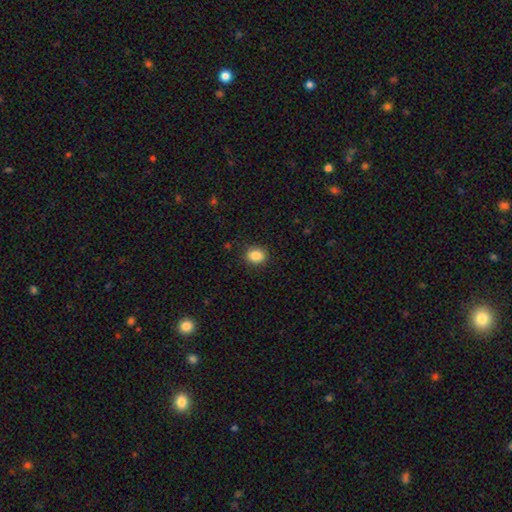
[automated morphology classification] smooth-or-featured: smooth: 87% | star or artifact: 9% | featured or disk: 4%
  how-rounded: round: 54% | in between: 45% | cigar-shaped: 1%
  merging: none: 88% | minor disturbance: 8% | major disturbance: 3% | merger: 1%